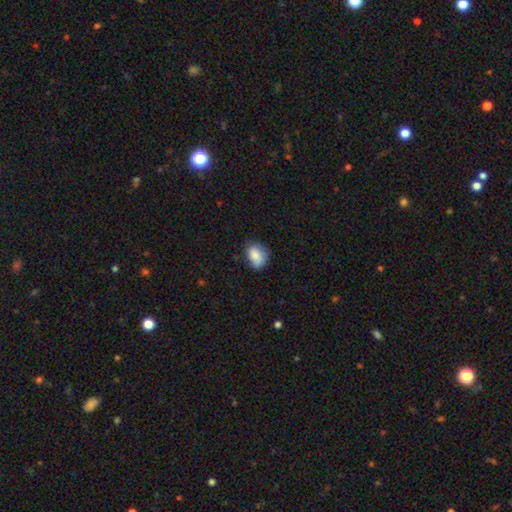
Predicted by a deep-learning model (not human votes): Smooth or featured: smooth — 82% (featured or disk — 10%)
How rounded: in between — 69% (round — 30%)
Merging: none — 64% (minor disturbance — 28%)